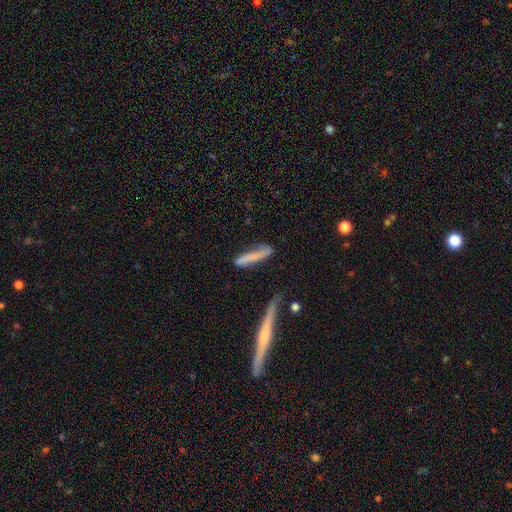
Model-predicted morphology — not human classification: Smooth or featured? Predicted: smooth (p=0.66). How rounded? Predicted: cigar-shaped (p=0.89). Merging? Predicted: none (p=0.55).